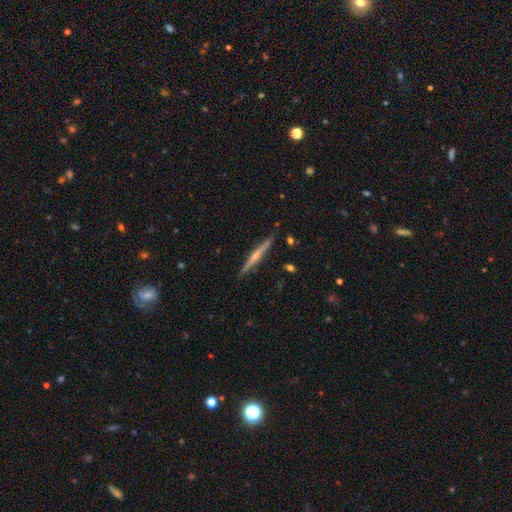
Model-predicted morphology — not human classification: A featured or disk galaxy (69%) viewed edge-on (98%) with a rounded central bulge (69%).

Vote fractions:
- Smooth or featured? featured or disk: 69% / smooth: 26% / star or artifact: 6%
- Edge-on disk? yes: 98% / no: 2%
- Edge-on bulge? rounded: 69% / none: 21% / boxy: 9%
- Merging? none: 90% / minor disturbance: 8% / merger: 1% / major disturbance: 1%